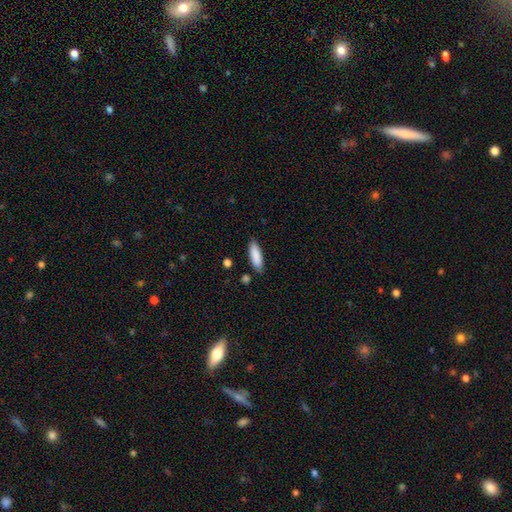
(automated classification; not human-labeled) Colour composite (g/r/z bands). It shows a smooth galaxy with no disk features (88%) that is in between round and cigar-shaped (55%). Merging: none (84%).